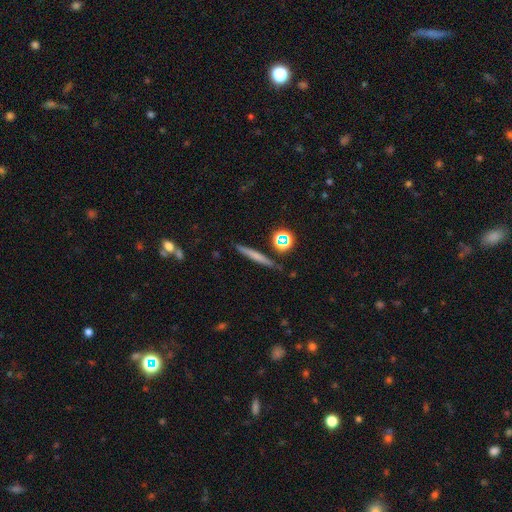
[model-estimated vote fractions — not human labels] This is possibly a smooth galaxy (57%). How rounded: clearly cigar-shaped (89%). Merging: clearly none (85%).